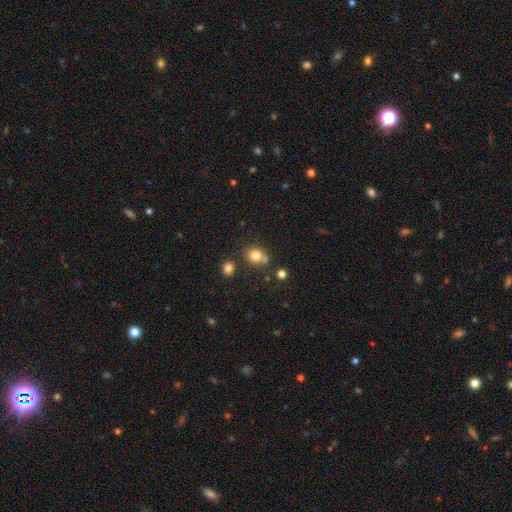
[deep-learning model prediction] Morphology: type=smooth (78%); roundness=round (74%); merging=none (62%).